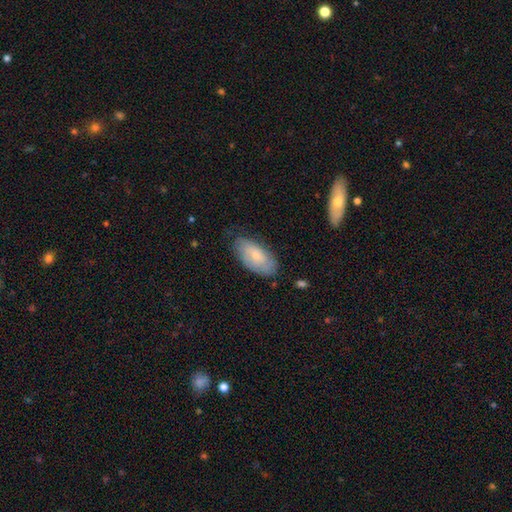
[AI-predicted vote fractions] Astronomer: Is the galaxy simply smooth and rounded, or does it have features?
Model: smooth — 67%.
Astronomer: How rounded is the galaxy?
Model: in between — 92%.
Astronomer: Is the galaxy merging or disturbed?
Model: none — 71%.